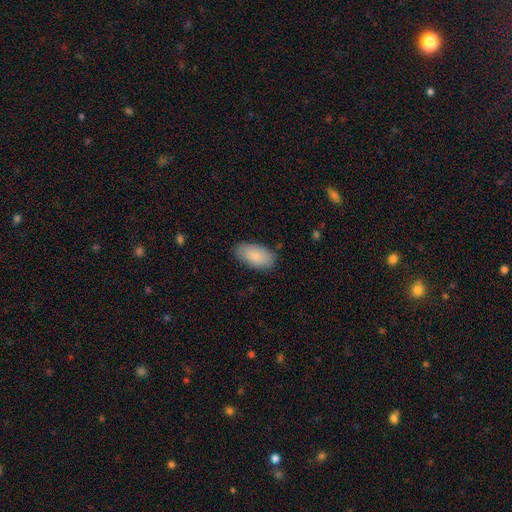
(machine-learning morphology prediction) This is clearly a smooth galaxy (87%). How rounded: clearly in between (95%). Merging: clearly none (83%).